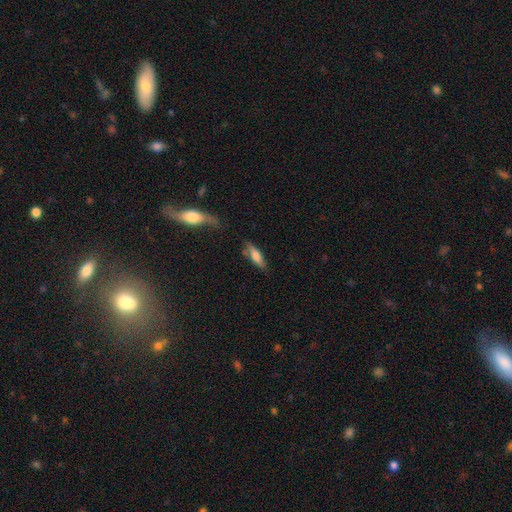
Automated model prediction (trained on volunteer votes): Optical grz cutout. It shows a smooth galaxy with no disk features (68%) that is cigar-shaped (52%). Merging: none (63%).